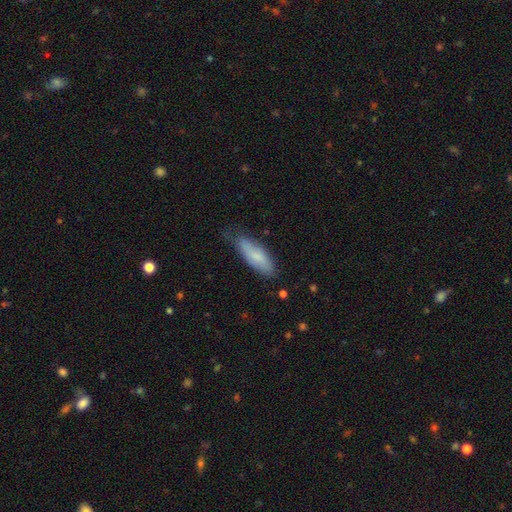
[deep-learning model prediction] smooth_or_featured: smooth (p=0.78) [alt: featured or disk p=0.16]
how_rounded: in between (p=0.56) [alt: cigar-shaped p=0.42]
merging: none (p=0.69) [alt: minor disturbance p=0.25]